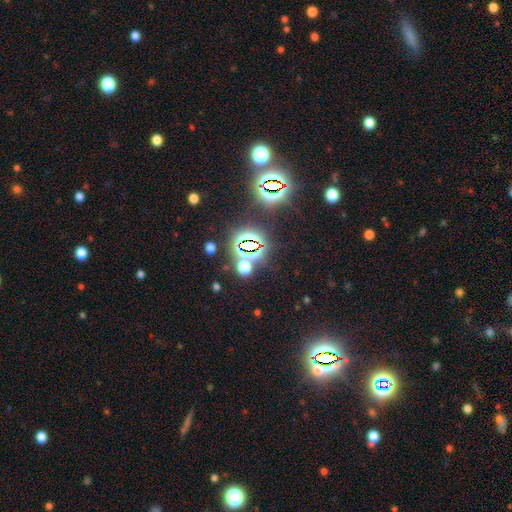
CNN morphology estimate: Q: Smooth or featured?
A: star or artifact (82%); runner-up: smooth (11%)